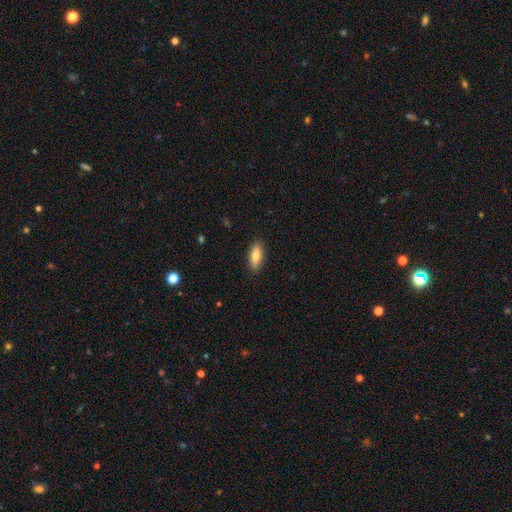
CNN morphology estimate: A smooth galaxy with no disk features (76%) that is in between round and cigar-shaped (70%). Merging: none (89%).